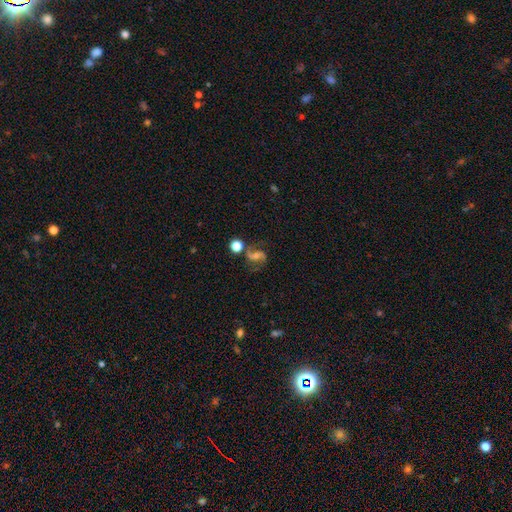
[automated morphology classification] type=featured or disk (80%); edge-on=no (98%); bar=weak (42%); spiral arms=yes (96%); winding=medium (52%); arm count=2 (93%); bulge=moderate (46%); merging=none (73%).